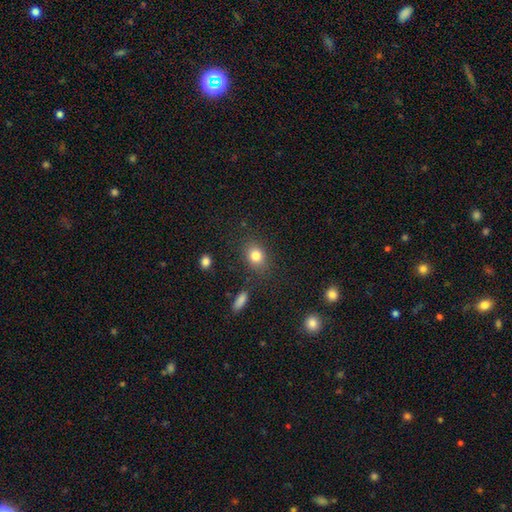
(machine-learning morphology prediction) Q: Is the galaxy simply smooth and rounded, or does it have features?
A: smooth — 82%.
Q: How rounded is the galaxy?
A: in between — 50%.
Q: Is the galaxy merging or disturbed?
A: none — 81%.